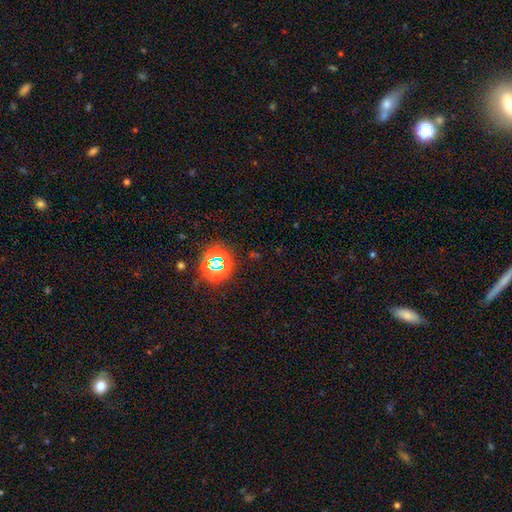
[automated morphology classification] The model was most divided on "smooth or featured": star or artifact: 58%, smooth: 35%, featured or disk: 8%.